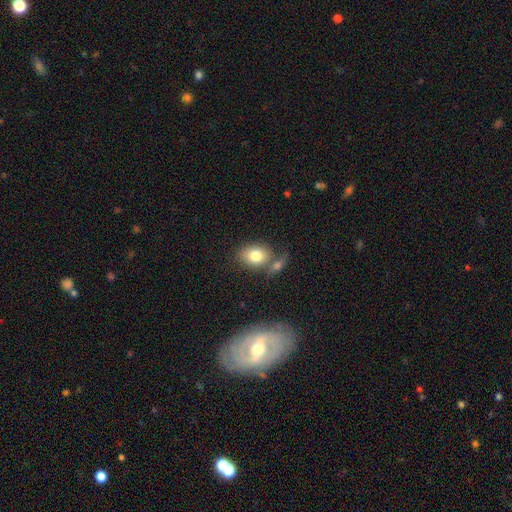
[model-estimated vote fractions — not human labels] A smooth galaxy with no disk features (79%) that is in between round and cigar-shaped (63%). Merging: none (52%).